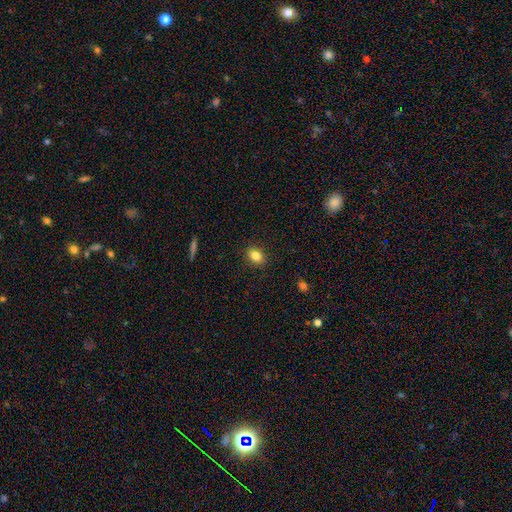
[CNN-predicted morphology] Smooth or featured?
  - smooth: 83% *
  - star or artifact: 10%
  - featured or disk: 7%
How rounded?
  - in between: 66% *
  - round: 32%
  - cigar-shaped: 2%
Merging?
  - none: 89% *
  - minor disturbance: 8%
  - major disturbance: 2%
  - merger: 1%